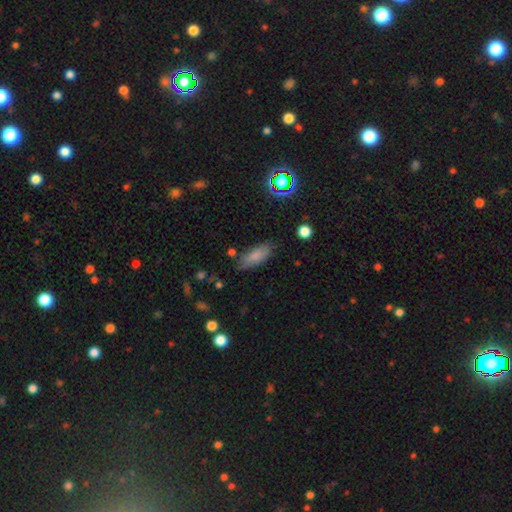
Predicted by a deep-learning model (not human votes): Q: Smooth or featured?
A: smooth (81%); runner-up: featured or disk (10%)
Q: How rounded?
A: in between (73%); runner-up: cigar-shaped (25%)
Q: Merging?
A: none (76%); runner-up: minor disturbance (18%)